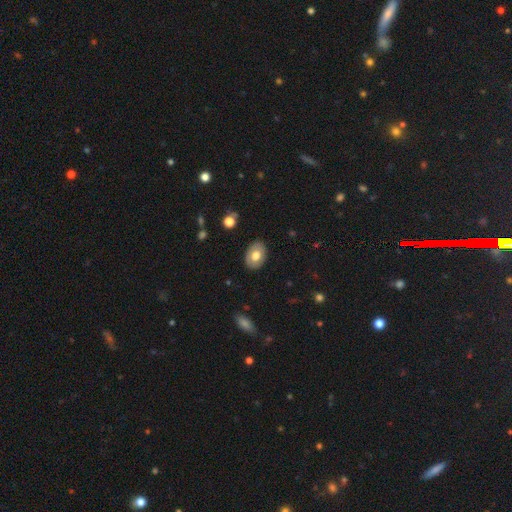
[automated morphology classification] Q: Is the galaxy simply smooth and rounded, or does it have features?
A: smooth — 66%.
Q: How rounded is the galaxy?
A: in between — 80%.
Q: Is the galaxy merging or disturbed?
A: none — 85%.